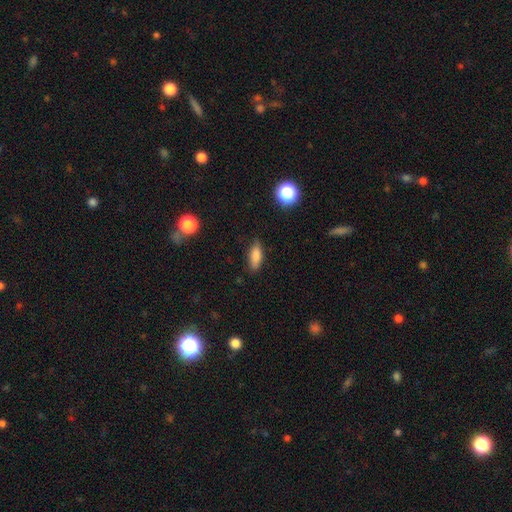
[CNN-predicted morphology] The model was most divided on "how rounded": in between: 65%, cigar-shaped: 31%, round: 3%. More confident: merging — none (82%); smooth or featured — smooth (81%).